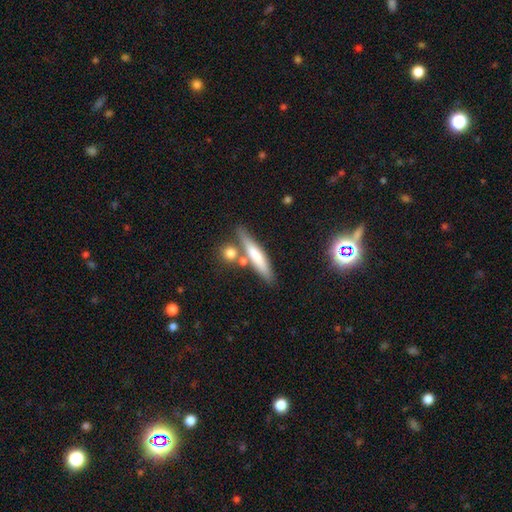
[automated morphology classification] A smooth galaxy with no disk features (65%) that is cigar-shaped (83%). Merging: none (67%).